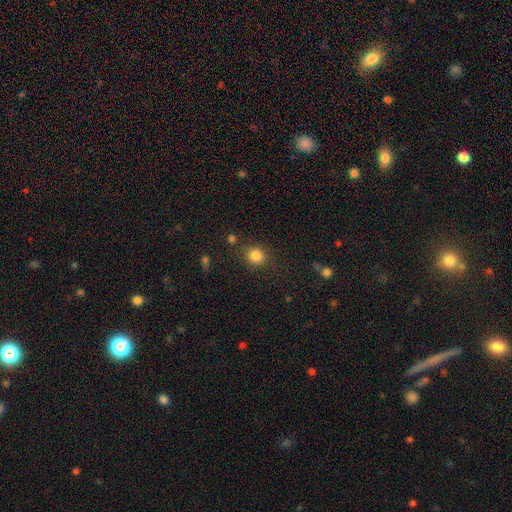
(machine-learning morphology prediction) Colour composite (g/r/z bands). It shows a smooth galaxy with no disk features (84%) that is round (85%). Merging: none (83%).